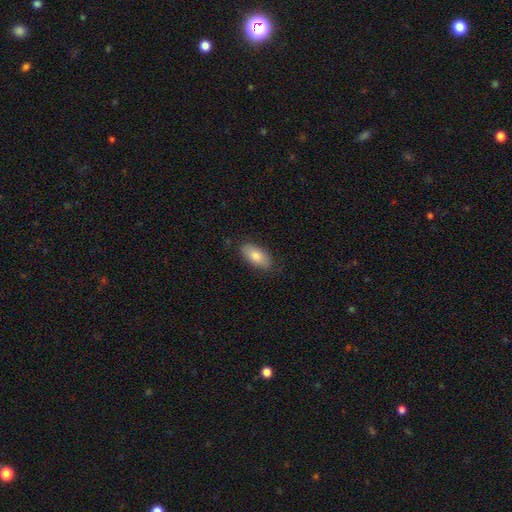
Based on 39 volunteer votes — A smooth galaxy with no disk features (64%) that is in between round and cigar-shaped (92%). Merging: none (78%).